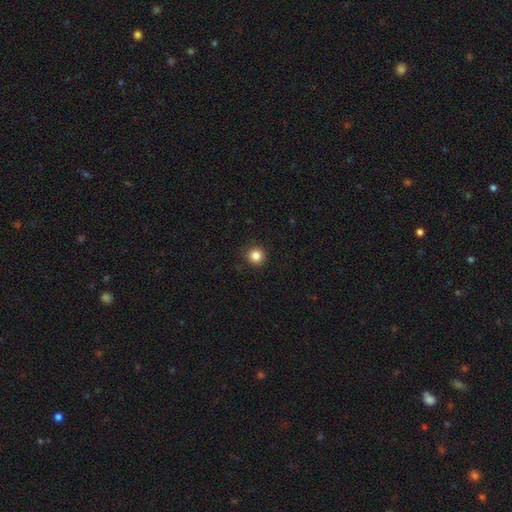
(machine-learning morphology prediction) A smooth galaxy with no disk features (85%) that is round (95%). Merging: none (92%).